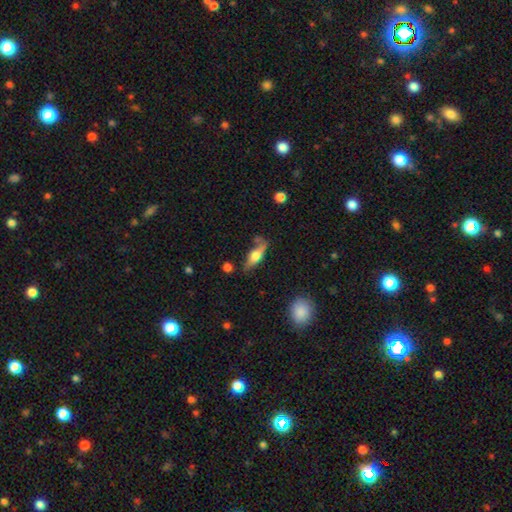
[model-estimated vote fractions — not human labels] This is possibly a smooth galaxy (47%). Merging: possibly none (58%).